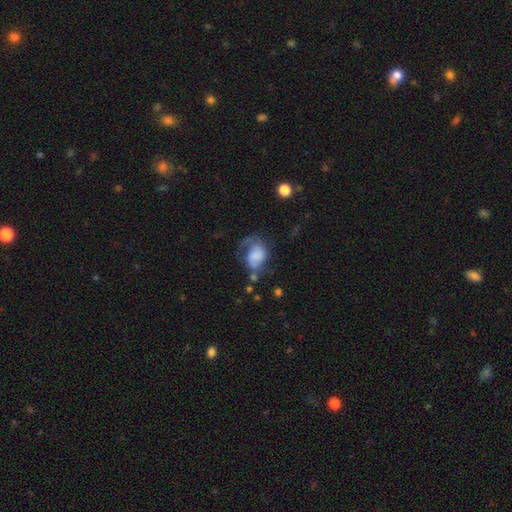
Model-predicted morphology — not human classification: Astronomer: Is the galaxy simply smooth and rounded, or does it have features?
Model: featured or disk — 53% (runner-up: smooth, 38%).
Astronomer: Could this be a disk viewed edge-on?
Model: no — 98%.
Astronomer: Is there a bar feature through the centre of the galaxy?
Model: no — 68%.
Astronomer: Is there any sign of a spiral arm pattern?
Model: yes — 79%.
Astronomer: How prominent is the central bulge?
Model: none — 41% (runner-up: large, 20%).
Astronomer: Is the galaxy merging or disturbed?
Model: major disturbance — 39% (runner-up: none, 32%).